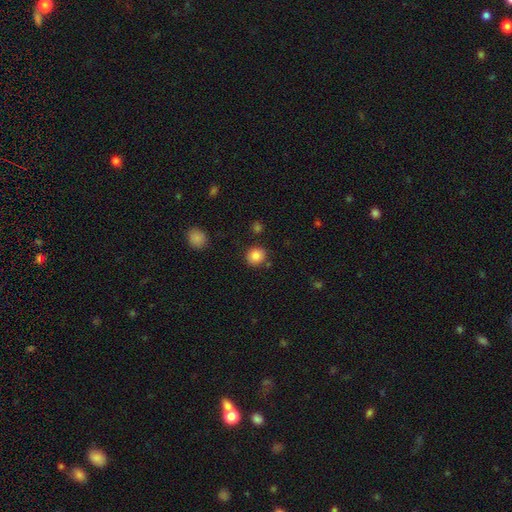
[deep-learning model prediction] Overall: smooth (86%). How rounded: round (81%). Merging: none (83%).